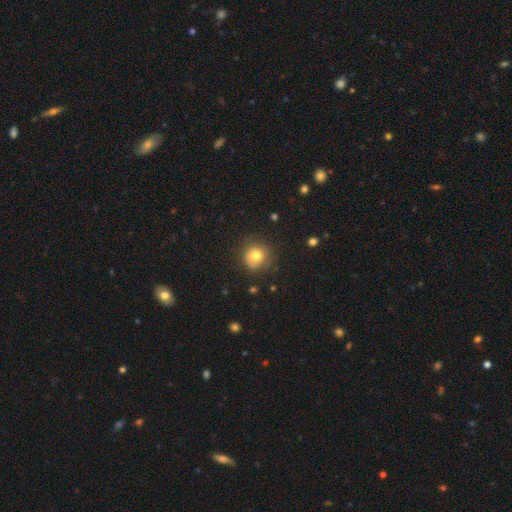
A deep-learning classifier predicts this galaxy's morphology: Smooth or featured? smooth (75%)
How rounded? round (85%)
Merging? none (72%)